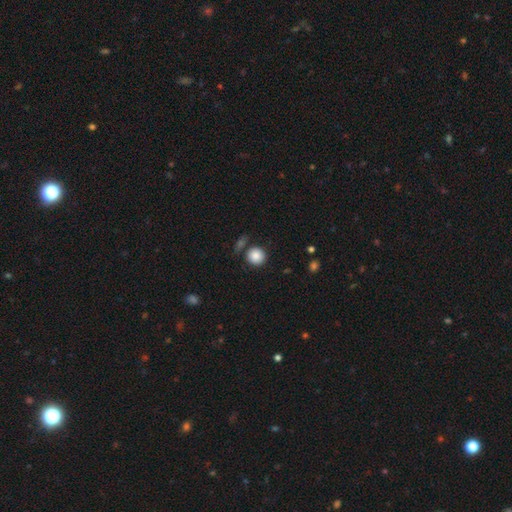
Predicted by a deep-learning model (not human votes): A smooth galaxy with no disk features (87%) that is round (92%).

Vote fractions:
- Smooth or featured? smooth: 87% / star or artifact: 8% / featured or disk: 5%
- How rounded? round: 92% / in between: 7% / cigar-shaped: 1%
- Merging? none: 78% / minor disturbance: 10% / merger: 9% / major disturbance: 4%